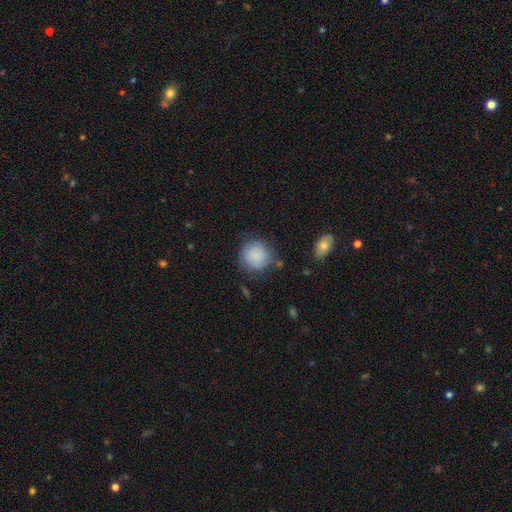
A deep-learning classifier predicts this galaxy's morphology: Smooth or featured?
  - smooth: 86% *
  - star or artifact: 7%
  - featured or disk: 7%
How rounded?
  - round: 90% *
  - in between: 9%
  - cigar-shaped: 1%
Merging?
  - none: 72% *
  - minor disturbance: 18%
  - major disturbance: 6%
  - merger: 3%